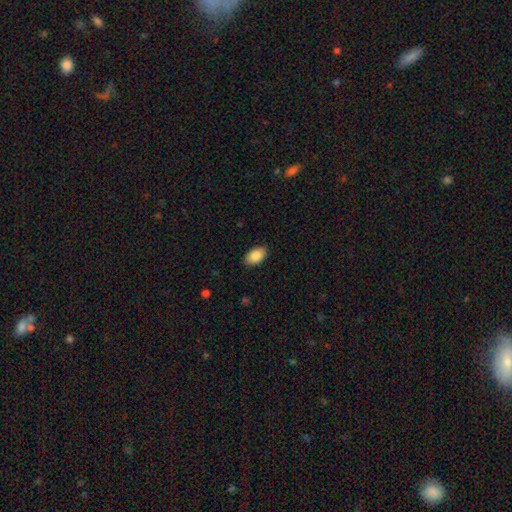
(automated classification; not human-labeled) Q: Smooth or featured?
A: smooth (87%); runner-up: star or artifact (7%)
Q: How rounded?
A: in between (93%); runner-up: round (6%)
Q: Merging?
A: none (88%); runner-up: minor disturbance (9%)